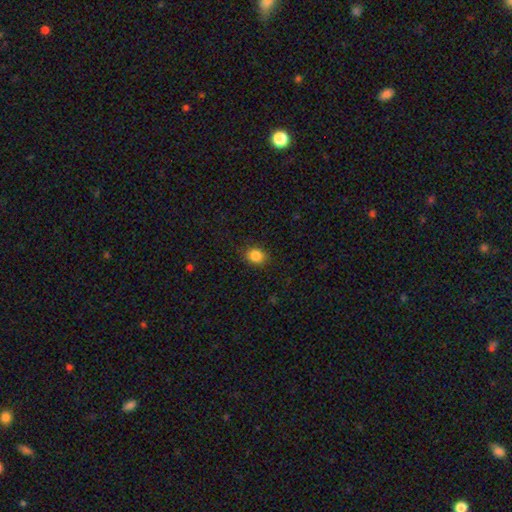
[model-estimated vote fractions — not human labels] Smooth or featured? Predicted: smooth (p=0.85). How rounded? Predicted: round (p=0.58). Merging? Predicted: none (p=0.86).